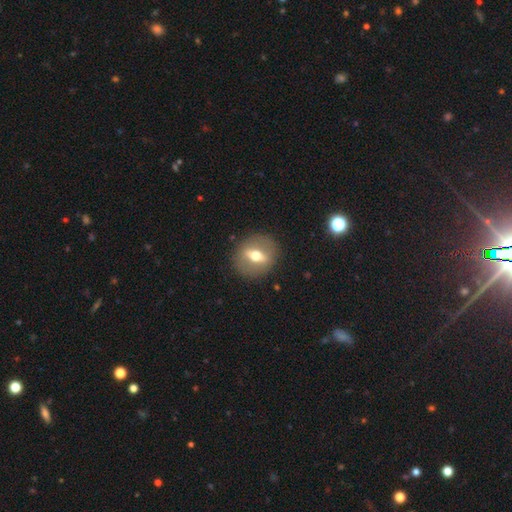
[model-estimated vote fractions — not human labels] smooth_or_featured: featured or disk (p=0.57) [alt: smooth p=0.35]
disk_edge_on: no (p=0.60) [alt: yes p=0.40]
merging: none (p=0.88) [alt: minor disturbance p=0.07]